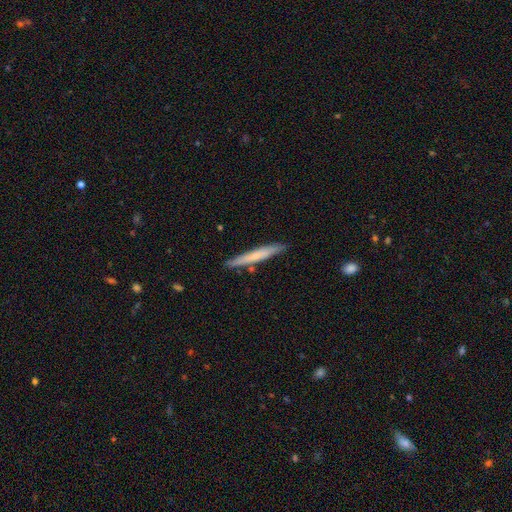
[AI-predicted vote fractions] Smooth or featured? Predicted: smooth (p=0.60). How rounded? Predicted: cigar-shaped (p=0.96). Merging? Predicted: none (p=0.87).